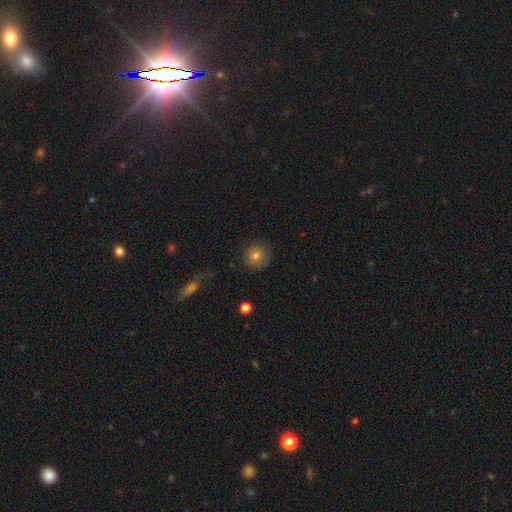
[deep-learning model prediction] The model was most divided on "smooth or featured": smooth: 74%, featured or disk: 14%, star or artifact: 12%. More confident: how rounded — round (91%); merging — none (81%).